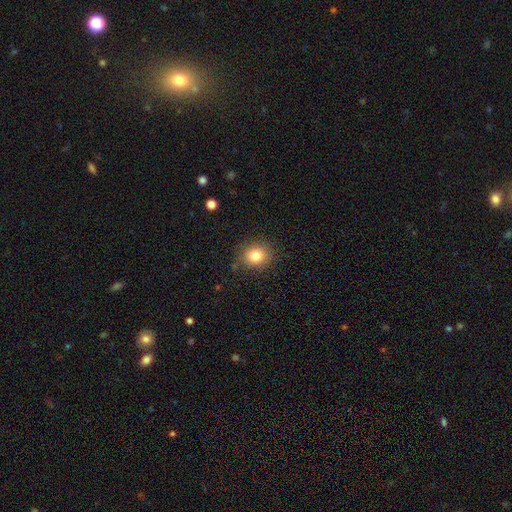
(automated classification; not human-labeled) smooth_or_featured: smooth (p=0.82) [alt: star or artifact p=0.11]
how_rounded: round (p=0.75) [alt: in between p=0.24]
merging: none (p=0.86) [alt: minor disturbance p=0.10]